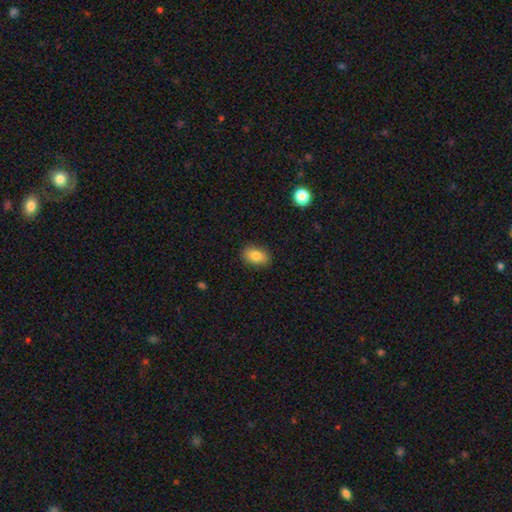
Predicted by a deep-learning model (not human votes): This is clearly a smooth galaxy (82%). How rounded: clearly in between (85%). Merging: clearly none (87%).